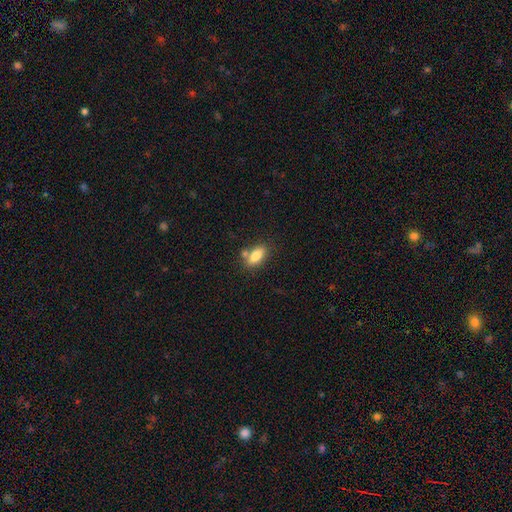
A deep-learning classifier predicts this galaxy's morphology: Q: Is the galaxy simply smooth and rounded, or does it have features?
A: smooth — 81%.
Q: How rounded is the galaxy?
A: in between — 85%.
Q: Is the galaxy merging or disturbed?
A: none — 65%.